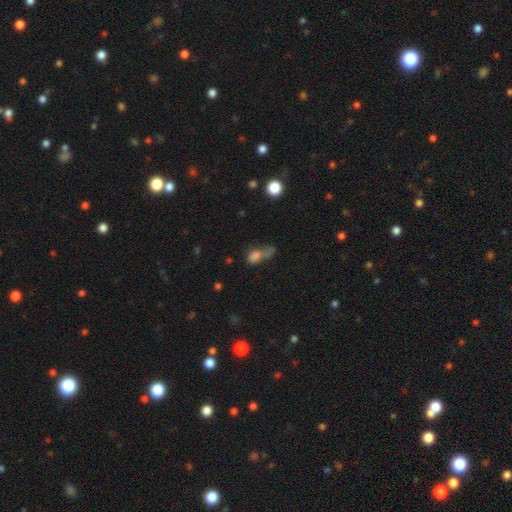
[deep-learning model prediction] Q: Smooth or featured?
A: smooth (69%); runner-up: star or artifact (17%)
Q: How rounded?
A: in between (64%); runner-up: round (26%)
Q: Merging?
A: merger (32%); runner-up: major disturbance (25%)